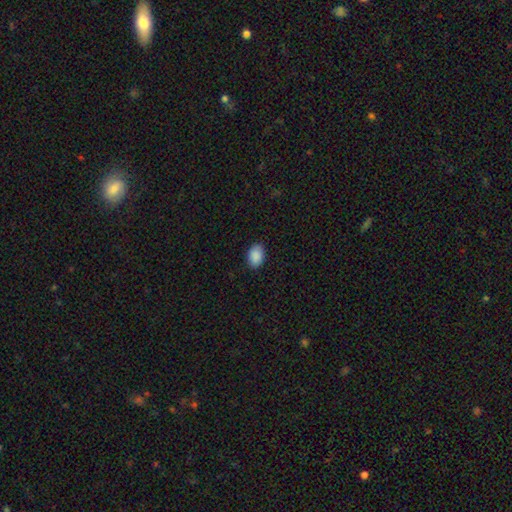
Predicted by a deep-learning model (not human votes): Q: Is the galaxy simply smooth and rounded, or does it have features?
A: smooth — 90%.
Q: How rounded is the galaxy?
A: in between — 83%.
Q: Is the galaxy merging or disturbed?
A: none — 87%.